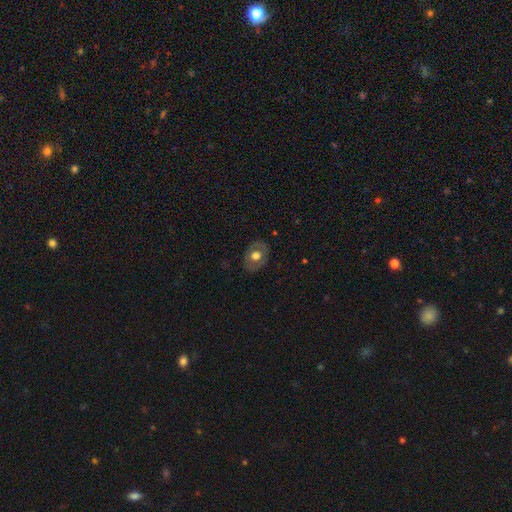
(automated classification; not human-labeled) Q: Smooth or featured?
A: smooth (54%); runner-up: featured or disk (38%)
Q: How rounded?
A: in between (61%); runner-up: round (38%)
Q: Merging?
A: none (80%); runner-up: minor disturbance (14%)